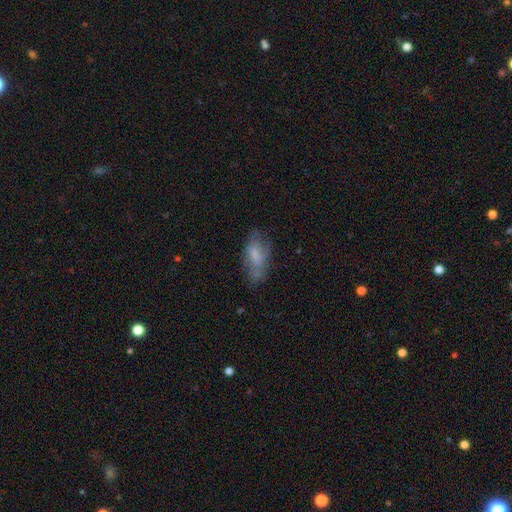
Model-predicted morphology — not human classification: Overall: smooth (60%; featured or disk 32%). How rounded: in between (84%). Merging: none (58%; minor disturbance 26%).